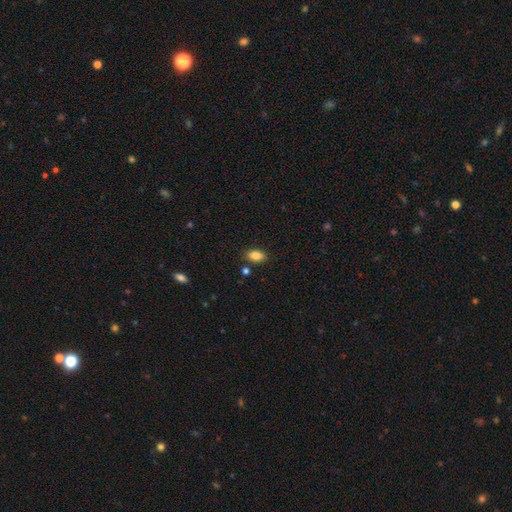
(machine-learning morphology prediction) A smooth galaxy with no disk features (85%) that is in between round and cigar-shaped (90%).

Vote fractions:
- Smooth or featured? smooth: 85% / star or artifact: 8% / featured or disk: 7%
- How rounded? in between: 90% / round: 6% / cigar-shaped: 4%
- Merging? none: 84% / minor disturbance: 10% / merger: 4% / major disturbance: 2%